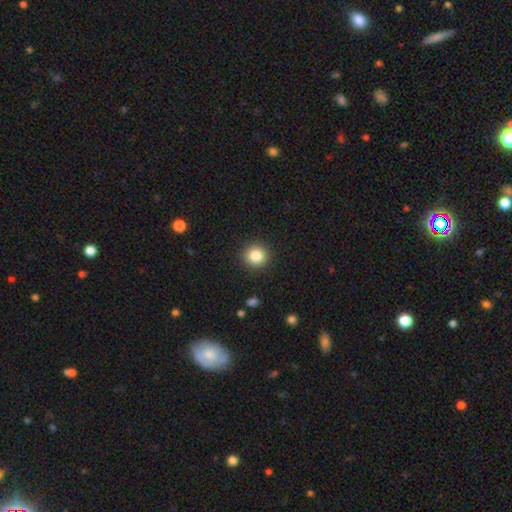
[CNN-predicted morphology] This is clearly a smooth galaxy (85%). How rounded: clearly round (93%). Merging: clearly none (91%).